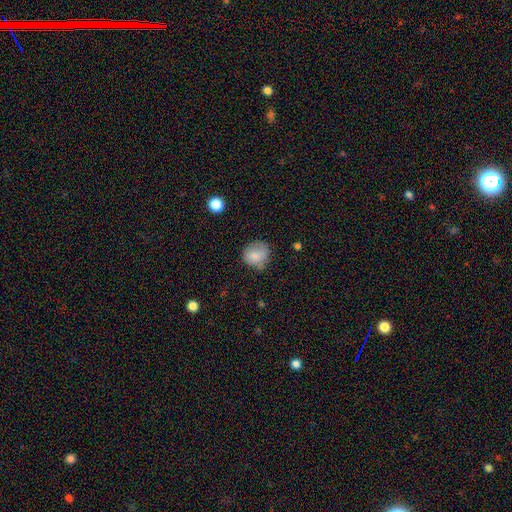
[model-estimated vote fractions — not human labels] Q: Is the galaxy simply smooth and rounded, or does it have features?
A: smooth — 80%.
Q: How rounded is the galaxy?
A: round — 76%.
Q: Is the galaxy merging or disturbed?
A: none — 59%.